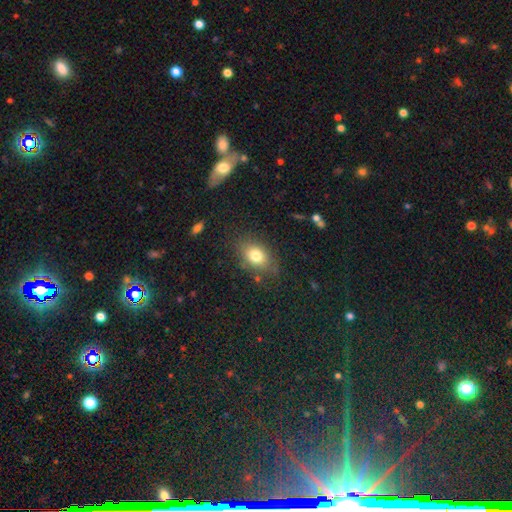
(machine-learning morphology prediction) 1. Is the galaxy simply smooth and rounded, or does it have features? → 77% smooth, 12% featured or disk, 11% star or artifact.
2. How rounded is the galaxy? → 76% in between, 22% round, 2% cigar-shaped.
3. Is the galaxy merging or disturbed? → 78% none, 15% minor disturbance, 5% major disturbance, 2% merger.